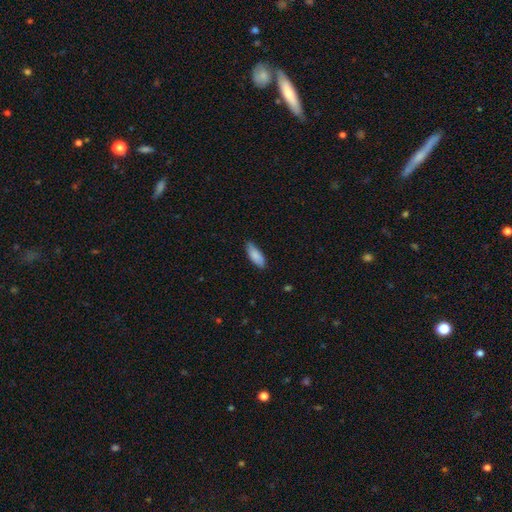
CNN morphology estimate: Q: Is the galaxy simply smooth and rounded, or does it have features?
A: smooth — 85%.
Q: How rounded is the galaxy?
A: in between — 70%.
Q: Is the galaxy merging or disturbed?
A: none — 77%.